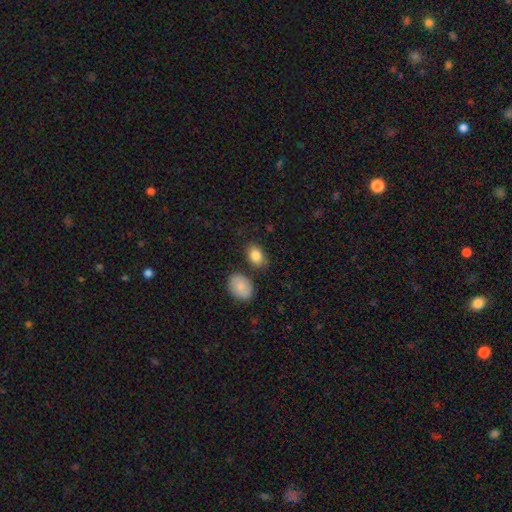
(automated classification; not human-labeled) A smooth galaxy with no disk features (85%) that is in between round and cigar-shaped (84%).

Vote fractions:
- Smooth or featured? smooth: 85% / featured or disk: 7% / star or artifact: 7%
- How rounded? in between: 84% / round: 15% / cigar-shaped: 1%
- Merging? none: 75% / minor disturbance: 14% / merger: 7% / major disturbance: 3%